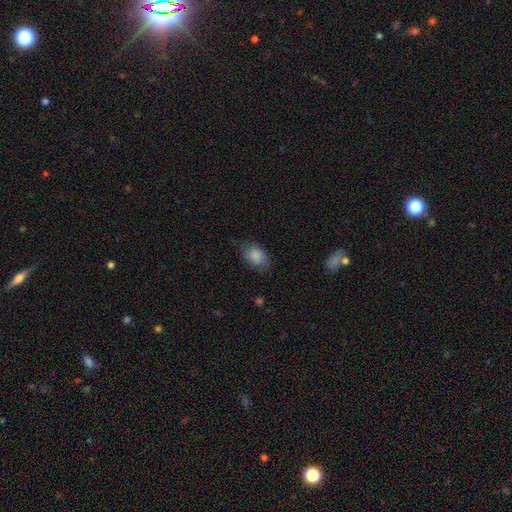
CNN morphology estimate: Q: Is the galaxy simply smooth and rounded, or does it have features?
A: smooth — 84%.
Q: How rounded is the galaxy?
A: in between — 79%.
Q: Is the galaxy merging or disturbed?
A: none — 67%.